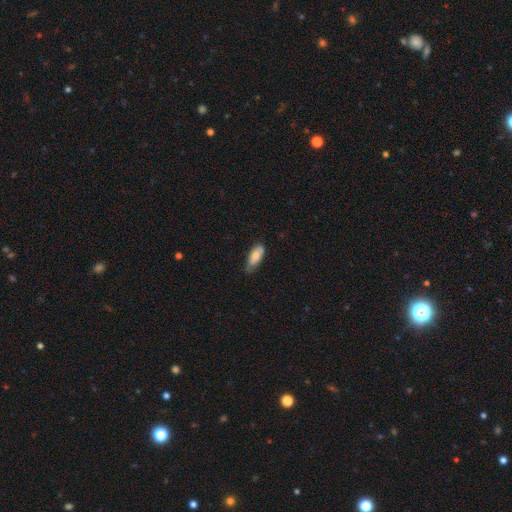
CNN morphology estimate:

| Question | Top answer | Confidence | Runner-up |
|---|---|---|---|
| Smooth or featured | smooth | 75% | featured or disk (18%) |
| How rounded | in between | 75% | cigar-shaped (23%) |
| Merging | none | 60% | minor disturbance (32%) |